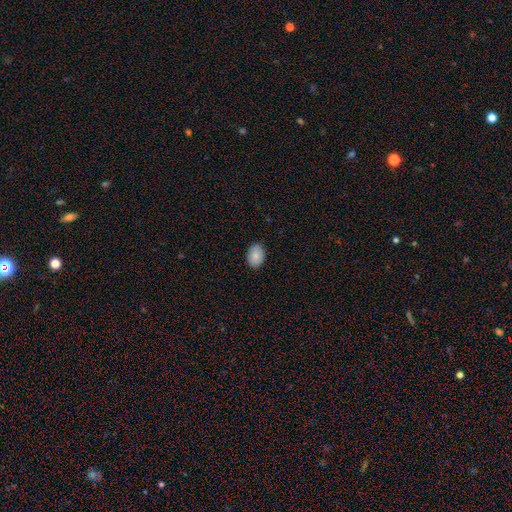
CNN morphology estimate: smooth 85%, featured or disk 8%, star or artifact 7%. Down the decision tree: how rounded — in between (80%); merging — none (88%).